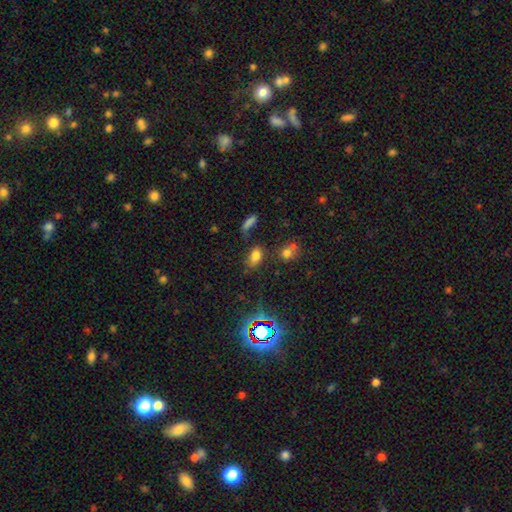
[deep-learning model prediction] smooth_or_featured: smooth (p=0.71) [alt: star or artifact p=0.19]
how_rounded: in between (p=0.87) [alt: round p=0.10]
merging: none (p=0.65) [alt: minor disturbance p=0.18]